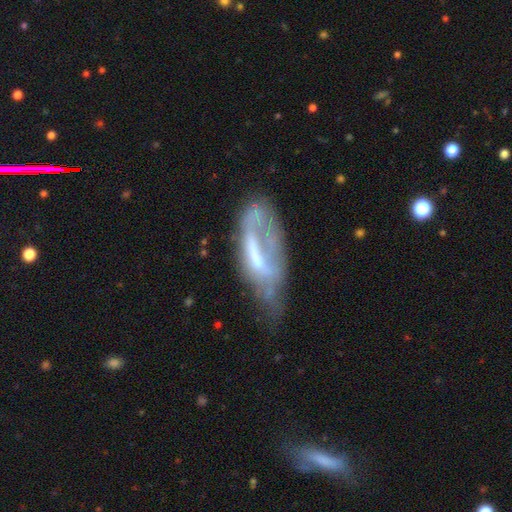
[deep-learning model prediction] The model was most divided on "merging": major disturbance: 38%, minor disturbance: 28%, none: 28%, merger: 6%. More confident: edge-on disk — no (83%); smooth or featured — featured or disk (56%).